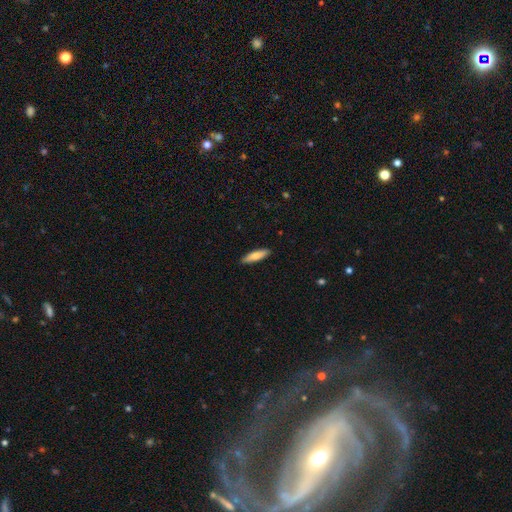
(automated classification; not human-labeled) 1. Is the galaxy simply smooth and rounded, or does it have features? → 75% smooth, 20% featured or disk, 6% star or artifact.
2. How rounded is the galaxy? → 64% cigar-shaped, 35% in between, 2% round.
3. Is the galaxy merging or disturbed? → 89% none, 8% minor disturbance, 1% major disturbance, 1% merger.